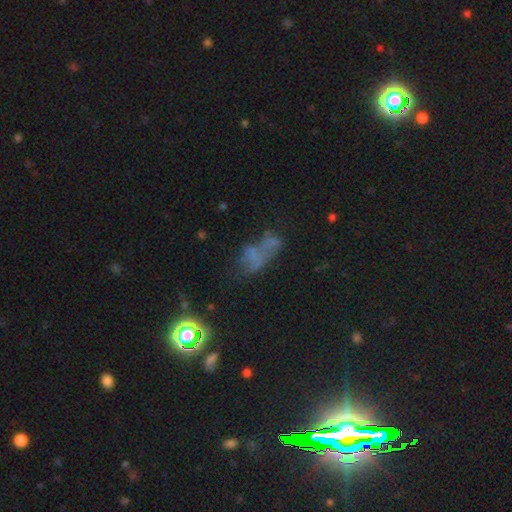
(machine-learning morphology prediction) A smooth galaxy with no disk features (37%). Merging: none (35%).